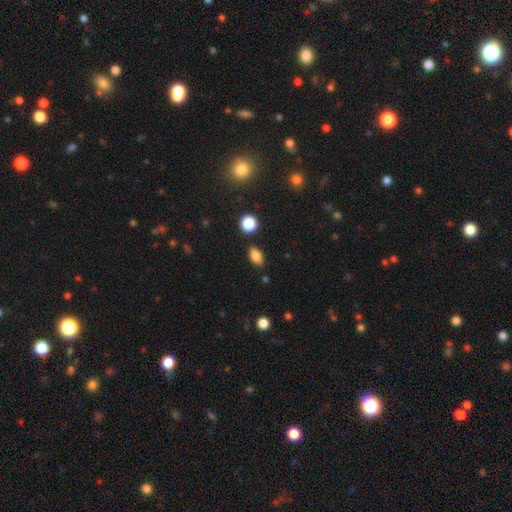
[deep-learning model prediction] Smooth or featured?
  - smooth: 83% *
  - star or artifact: 10%
  - featured or disk: 7%
How rounded?
  - in between: 85% *
  - round: 10%
  - cigar-shaped: 5%
Merging?
  - none: 84% *
  - minor disturbance: 10%
  - merger: 3%
  - major disturbance: 2%